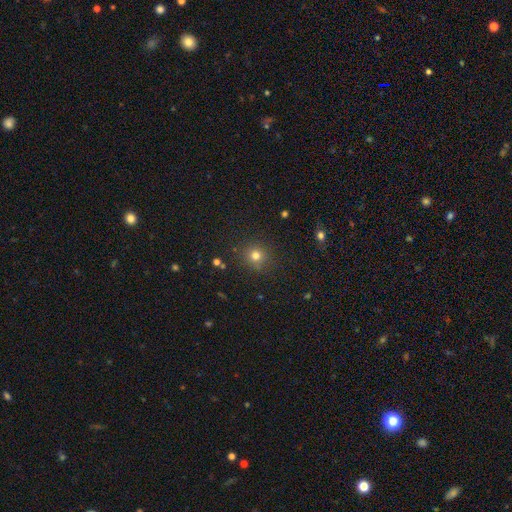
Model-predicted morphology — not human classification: Overall: smooth (75%). How rounded: round (92%). Merging: none (88%).